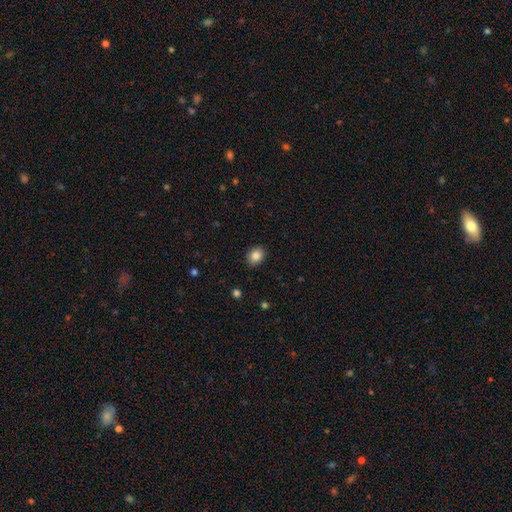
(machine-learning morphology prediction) smooth-or-featured: smooth: 85% | star or artifact: 9% | featured or disk: 5%
  how-rounded: in between: 53% | round: 46% | cigar-shaped: 1%
  merging: none: 89% | minor disturbance: 8% | major disturbance: 2% | merger: 1%